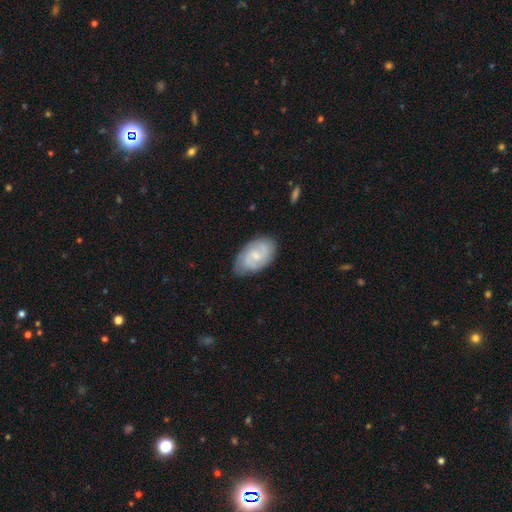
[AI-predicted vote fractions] This appears to be a featured or disk galaxy (72%) with no bar (47%, tied with weak), 2 (69%) medium (44%) spiral arms (93%) and a small central bulge (62%). Merging: none (78%).